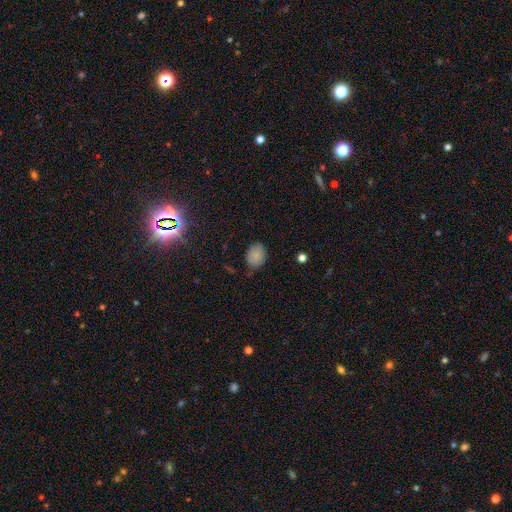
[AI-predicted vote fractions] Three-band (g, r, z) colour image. It shows a smooth galaxy with no disk features (85%) that is in between round and cigar-shaped (68%). Merging: none (72%).